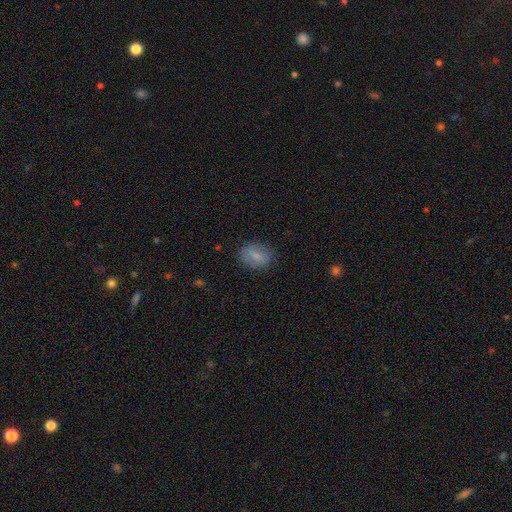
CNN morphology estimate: A smooth galaxy with no disk features (74%) that is in between round and cigar-shaped (65%).

Vote fractions:
- Smooth or featured? smooth: 74% / featured or disk: 18% / star or artifact: 8%
- How rounded? in between: 65% / round: 33% / cigar-shaped: 2%
- Merging? none: 81% / minor disturbance: 14% / major disturbance: 4% / merger: 1%